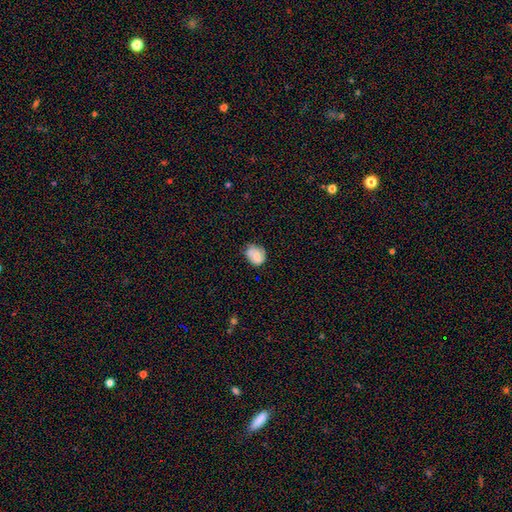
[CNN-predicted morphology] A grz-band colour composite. It shows a smooth galaxy with no disk features (71%) that is in between round and cigar-shaped (51%). Merging: none (58%).